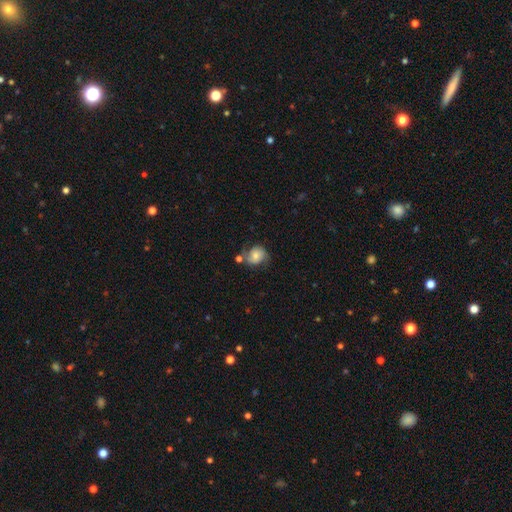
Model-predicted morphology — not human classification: This is possibly a smooth galaxy (53%). How rounded: likely round (68%). Merging: possibly none (50%).